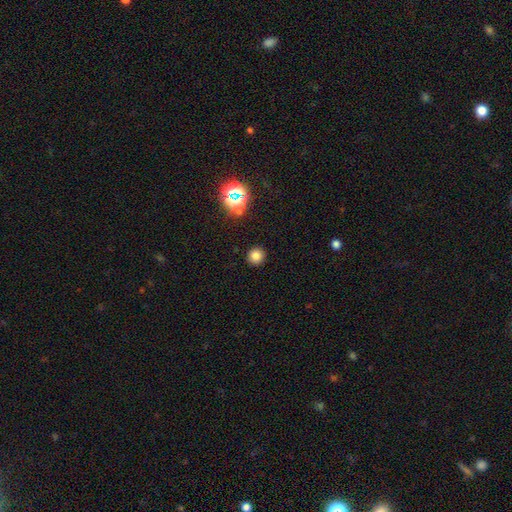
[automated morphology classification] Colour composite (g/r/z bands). It shows a smooth galaxy with no disk features (78%) that is round (93%). Merging: none (91%).